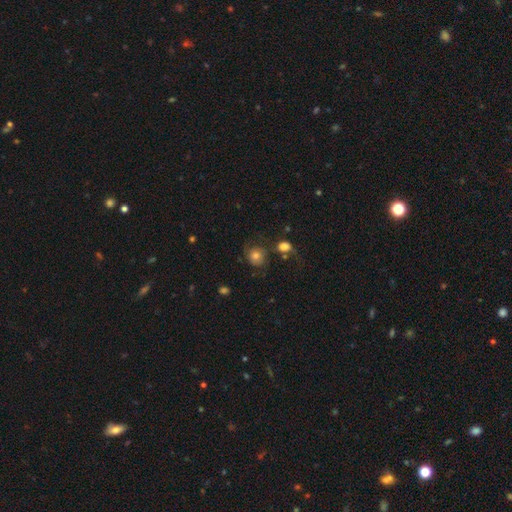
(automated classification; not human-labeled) The model was most divided on "merging": none: 55%, minor disturbance: 19%, major disturbance: 15%, merger: 11%. More confident: how rounded — round (83%); smooth or featured — smooth (69%).